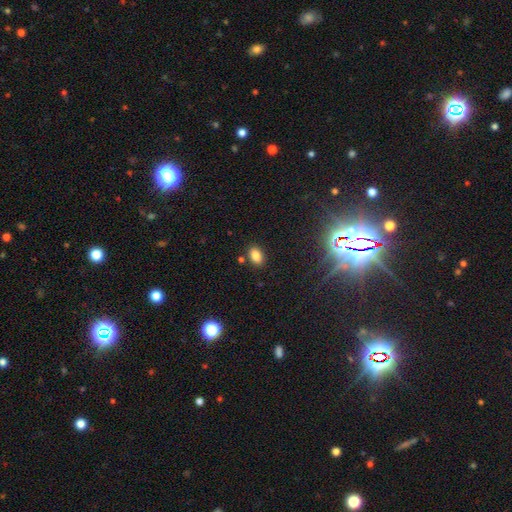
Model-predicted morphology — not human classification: Smooth or featured? smooth (82%)
How rounded? in between (87%)
Merging? none (82%)